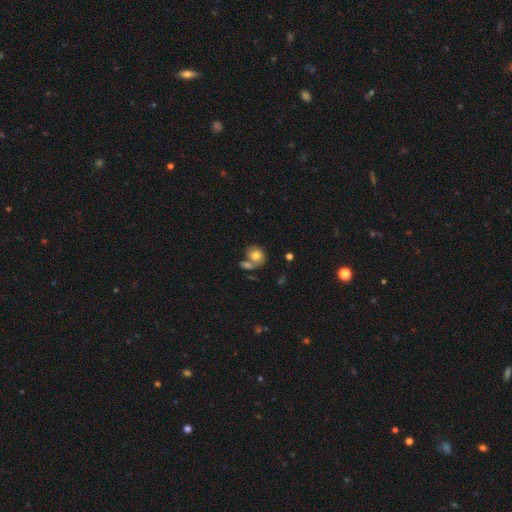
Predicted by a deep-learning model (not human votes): This appears to be a smooth galaxy with no disk features (75%) that is round (68%). Merging: none (44%).